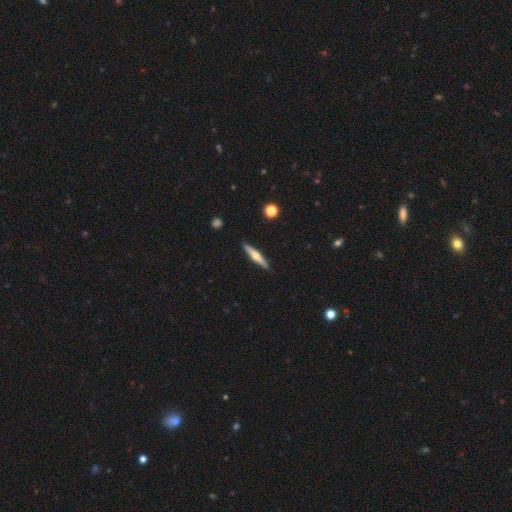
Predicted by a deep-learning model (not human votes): Overall: featured or disk (60%; smooth 34%). Edge-on disk: yes (96%). Edge-on bulge: rounded (91%). Merging: none (91%).